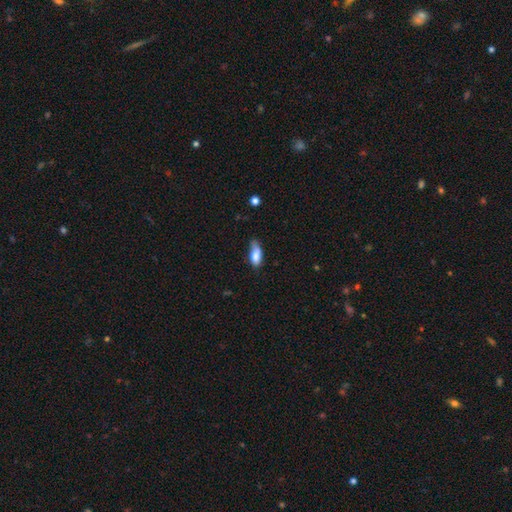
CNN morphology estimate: This is likely a smooth galaxy (79%). How rounded: likely in between (79%). Merging: marginally none (41%).